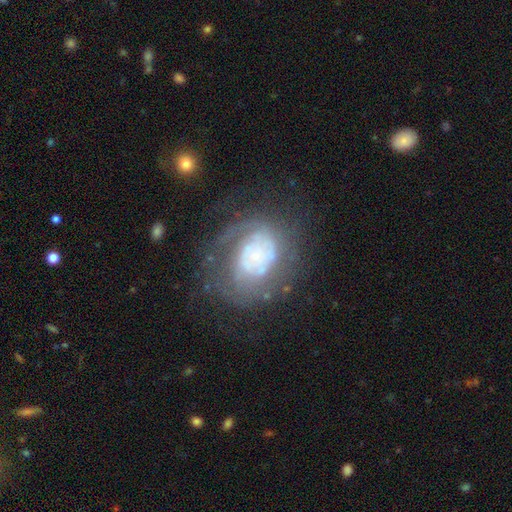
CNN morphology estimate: A featured or disk galaxy (69%) with no bar (82%), spiral arms (70%) and a small central bulge (57%). Merging: none (52%).